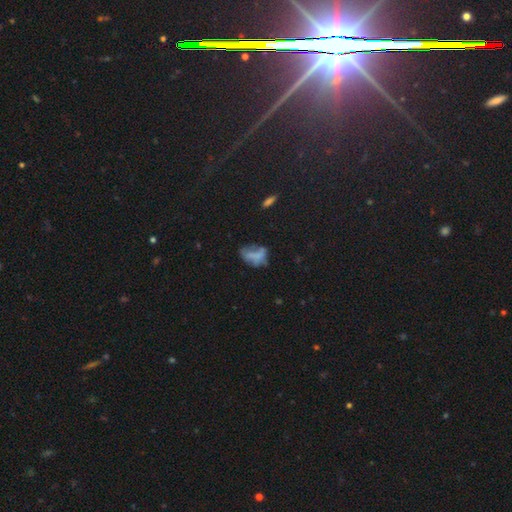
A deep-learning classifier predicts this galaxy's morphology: Overall: smooth (51%; featured or disk 35%). How rounded: in between (80%). Merging: none (35%; major disturbance 30%).